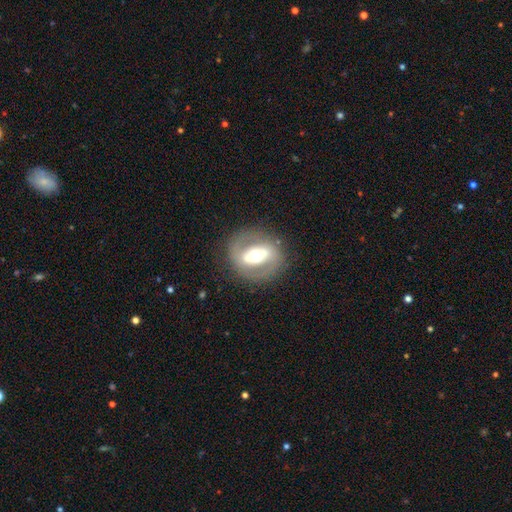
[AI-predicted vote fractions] This is likely a featured or disk galaxy (73%). It is clearly not viewed edge-on (94%). Bar: possibly strong (55%). Spiral arm pattern: possibly yes (53%). Central bulge: likely moderate (66%). Merging: clearly none (81%).